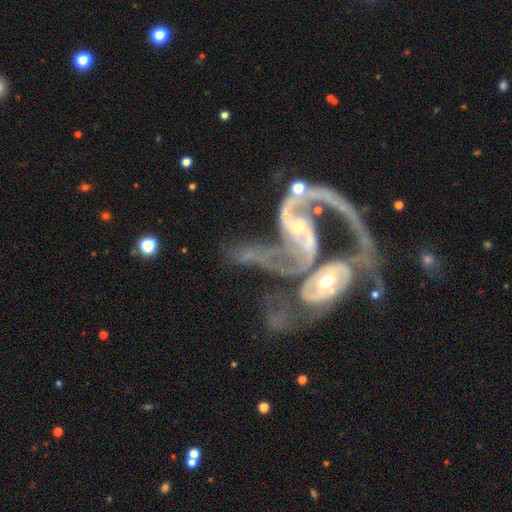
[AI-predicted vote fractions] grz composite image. It shows a featured or disk galaxy (88%) with no bar (45%), 2 (81%) loose (58%) spiral arms (93%) and a small central bulge (55%). Merging: merger (67%).